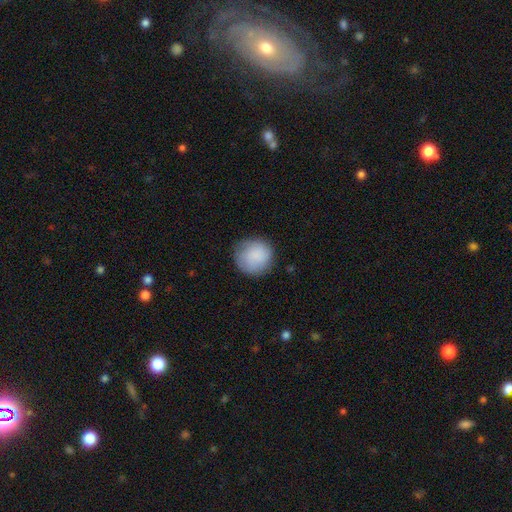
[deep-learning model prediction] Smooth or featured? Predicted: smooth (p=0.87). How rounded? Predicted: round (p=0.91). Merging? Predicted: none (p=0.76).